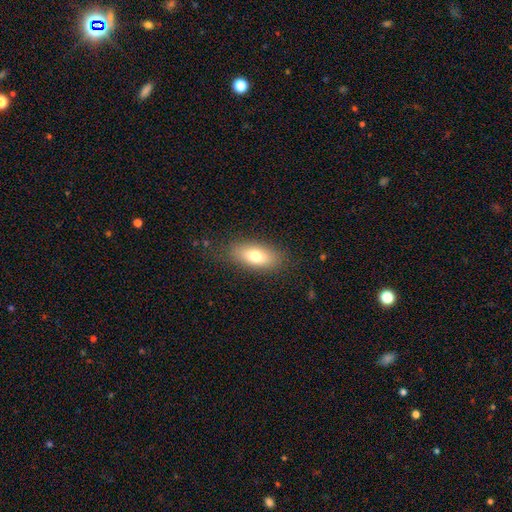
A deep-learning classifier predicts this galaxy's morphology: smooth_or_featured: smooth (p=0.75) [alt: featured or disk p=0.17]
how_rounded: in between (p=0.83) [alt: cigar-shaped p=0.13]
merging: none (p=0.82) [alt: minor disturbance p=0.13]